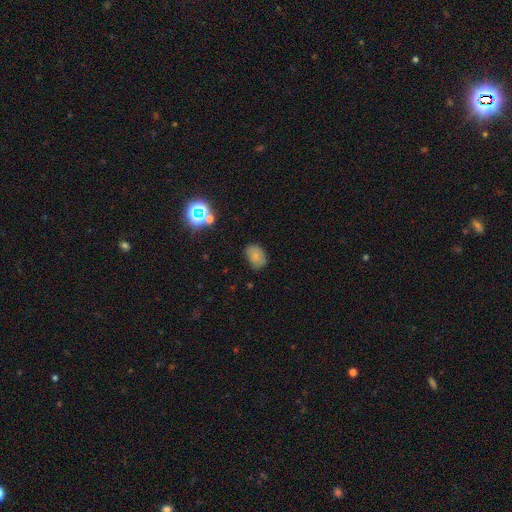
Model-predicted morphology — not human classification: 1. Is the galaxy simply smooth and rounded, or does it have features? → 77% smooth, 14% star or artifact, 9% featured or disk.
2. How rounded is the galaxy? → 76% in between, 23% round, 1% cigar-shaped.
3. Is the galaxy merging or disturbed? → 75% none, 18% minor disturbance, 4% major disturbance, 2% merger.